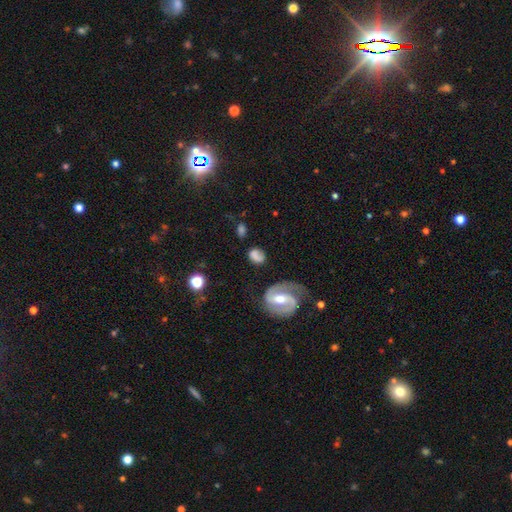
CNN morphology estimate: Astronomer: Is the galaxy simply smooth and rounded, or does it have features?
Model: smooth — 54% (runner-up: featured or disk, 36%).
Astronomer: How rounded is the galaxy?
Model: in between — 56% (runner-up: round, 41%).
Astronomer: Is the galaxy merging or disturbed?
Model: none — 60%.